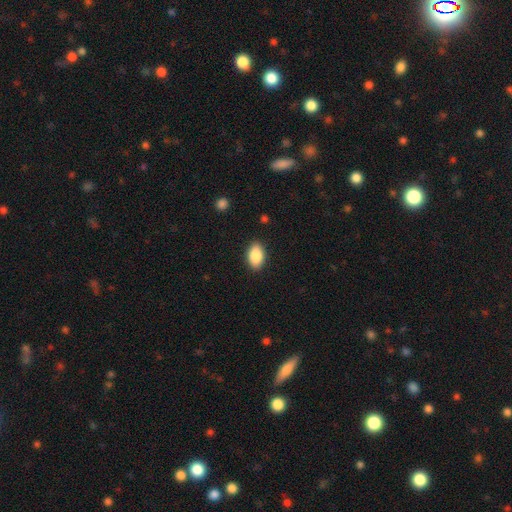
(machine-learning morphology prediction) Smooth or featured?
  - smooth: 87% *
  - star or artifact: 7%
  - featured or disk: 6%
How rounded?
  - in between: 91% *
  - round: 7%
  - cigar-shaped: 2%
Merging?
  - none: 88% *
  - minor disturbance: 9%
  - major disturbance: 2%
  - merger: 1%